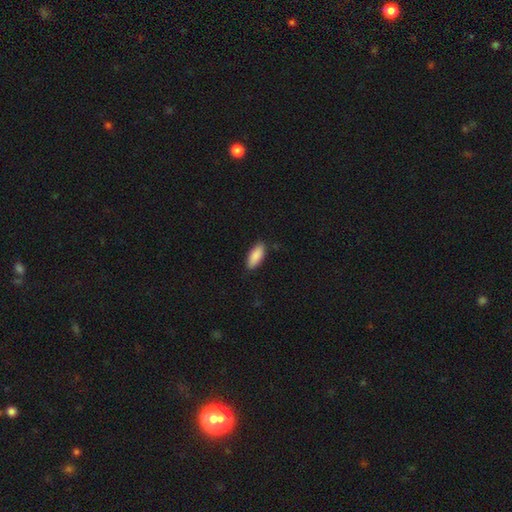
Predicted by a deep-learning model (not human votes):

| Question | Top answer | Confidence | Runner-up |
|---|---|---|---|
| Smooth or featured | smooth | 90% | star or artifact (6%) |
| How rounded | in between | 81% | cigar-shaped (18%) |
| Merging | none | 86% | minor disturbance (11%) |